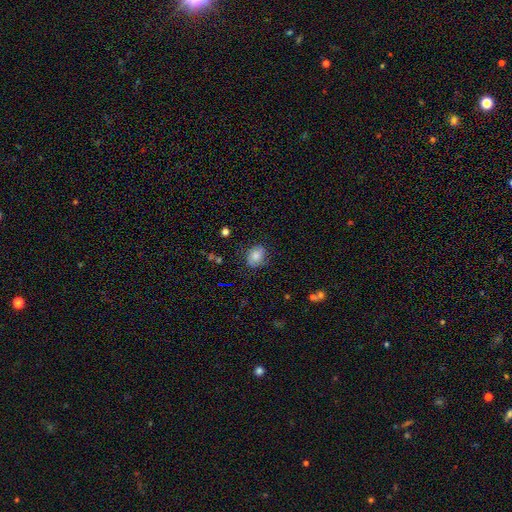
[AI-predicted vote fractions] Smooth or featured? Predicted: smooth (p=0.63). How rounded? Predicted: in between (p=0.55). Merging? Predicted: none (p=0.75).